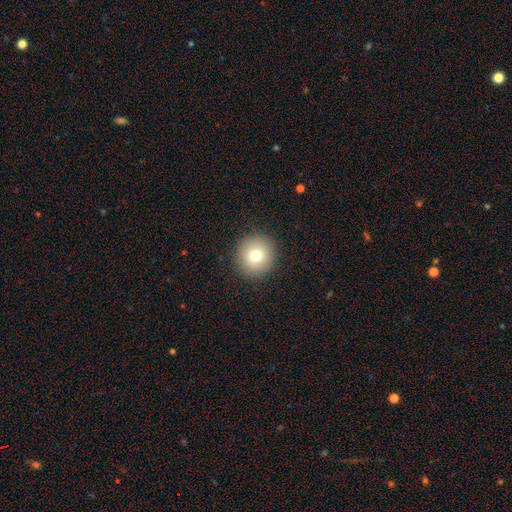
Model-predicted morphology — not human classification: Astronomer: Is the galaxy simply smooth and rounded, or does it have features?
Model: smooth — 75%.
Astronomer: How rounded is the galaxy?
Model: round — 94%.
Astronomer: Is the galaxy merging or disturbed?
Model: none — 91%.